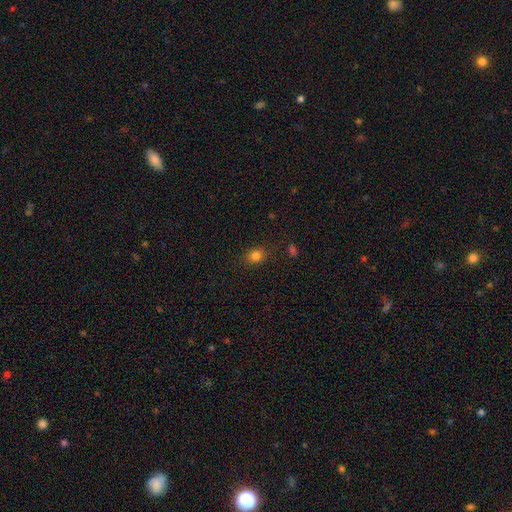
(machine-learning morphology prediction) Smooth or featured?
  - smooth: 80% *
  - star or artifact: 14%
  - featured or disk: 7%
How rounded?
  - round: 58% *
  - in between: 41%
  - cigar-shaped: 1%
Merging?
  - none: 83% *
  - minor disturbance: 12%
  - major disturbance: 3%
  - merger: 2%